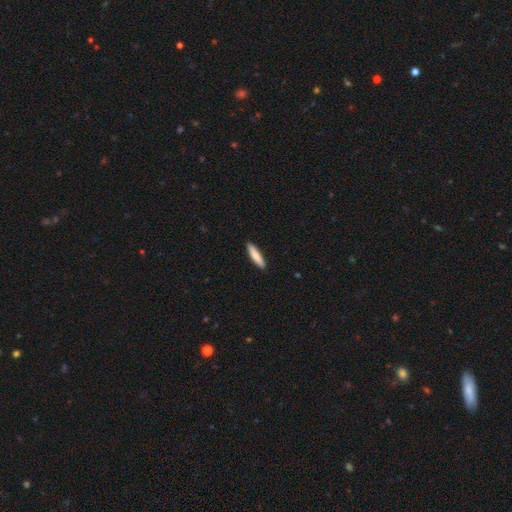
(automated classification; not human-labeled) Smooth or featured? Predicted: smooth (p=0.82). How rounded? Predicted: cigar-shaped (p=0.84). Merging? Predicted: none (p=0.90).